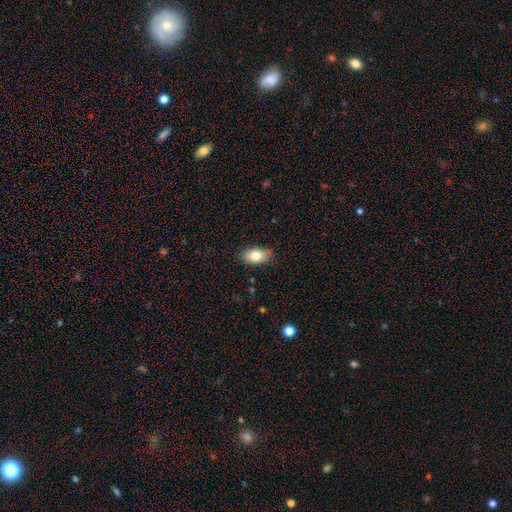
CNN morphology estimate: A smooth galaxy with no disk features (81%) that is in between round and cigar-shaped (91%). Merging: none (85%).